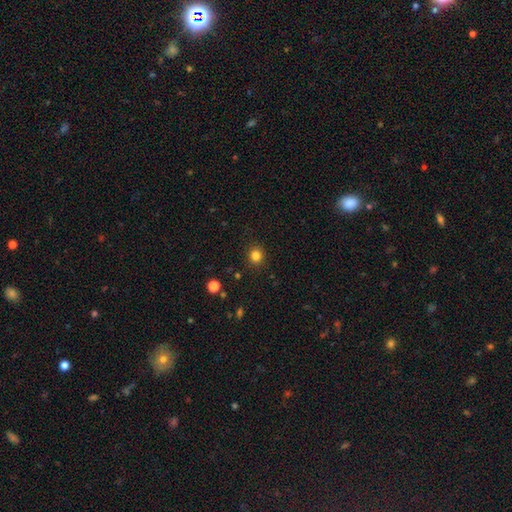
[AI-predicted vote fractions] Smooth or featured? smooth (82%)
How rounded? round (88%)
Merging? none (90%)